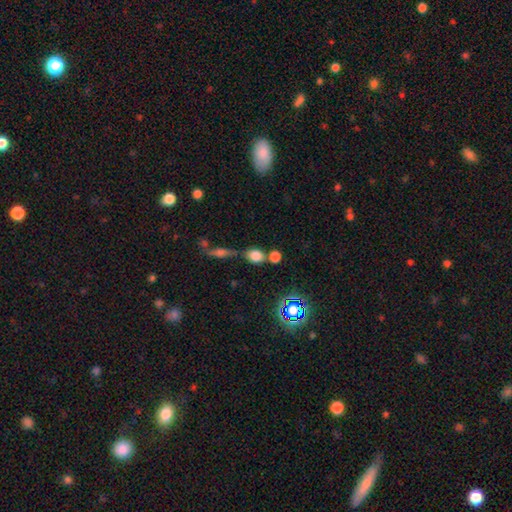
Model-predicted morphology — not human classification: Smooth or featured? smooth (77%)
How rounded? round (49%)
Merging? none (51%)